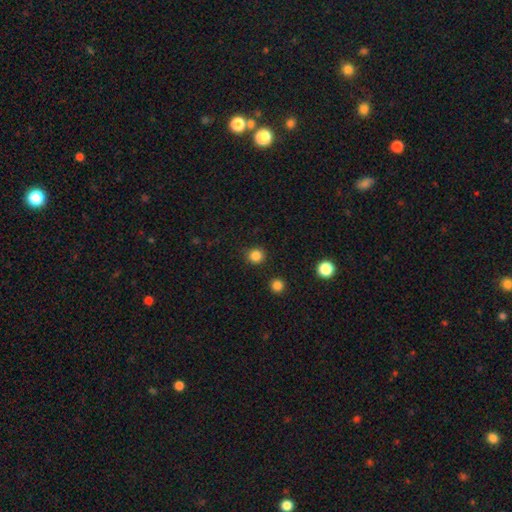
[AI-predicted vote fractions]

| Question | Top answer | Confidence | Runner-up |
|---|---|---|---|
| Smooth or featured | smooth | 84% | star or artifact (13%) |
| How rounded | round | 93% | in between (6%) |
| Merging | none | 90% | minor disturbance (6%) |